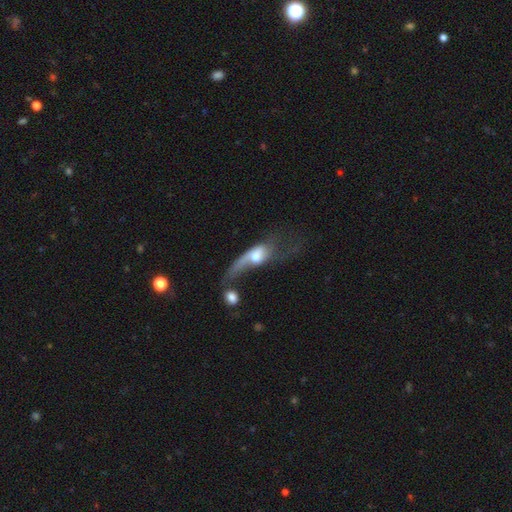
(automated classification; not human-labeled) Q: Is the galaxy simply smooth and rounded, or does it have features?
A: featured or disk — 51%.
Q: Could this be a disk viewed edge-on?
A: no — 78%.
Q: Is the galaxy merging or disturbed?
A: major disturbance — 45%.